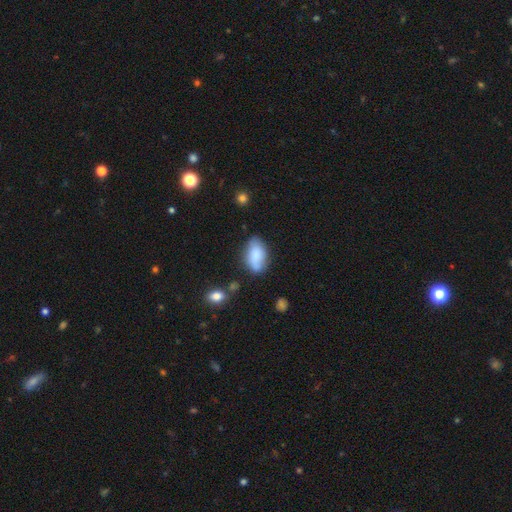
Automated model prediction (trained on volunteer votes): A smooth galaxy with no disk features (79%) that is in between round and cigar-shaped (92%).

Vote fractions:
- Smooth or featured? smooth: 79% / featured or disk: 14% / star or artifact: 7%
- How rounded? in between: 92% / round: 5% / cigar-shaped: 3%
- Merging? none: 65% / minor disturbance: 24% / major disturbance: 6% / merger: 5%